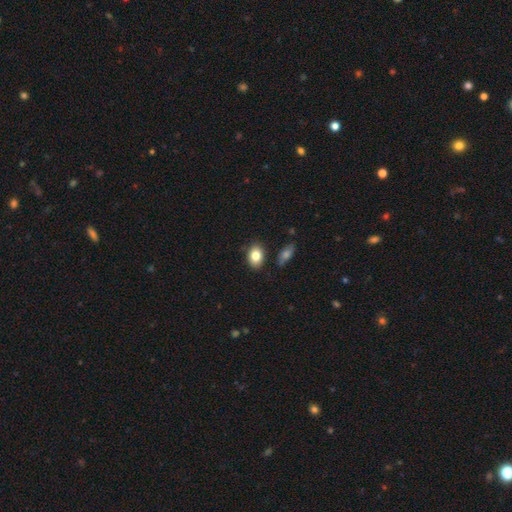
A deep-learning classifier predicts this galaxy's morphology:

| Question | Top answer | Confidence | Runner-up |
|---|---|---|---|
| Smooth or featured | smooth | 82% | featured or disk (10%) |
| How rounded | in between | 78% | round (21%) |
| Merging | none | 82% | minor disturbance (11%) |